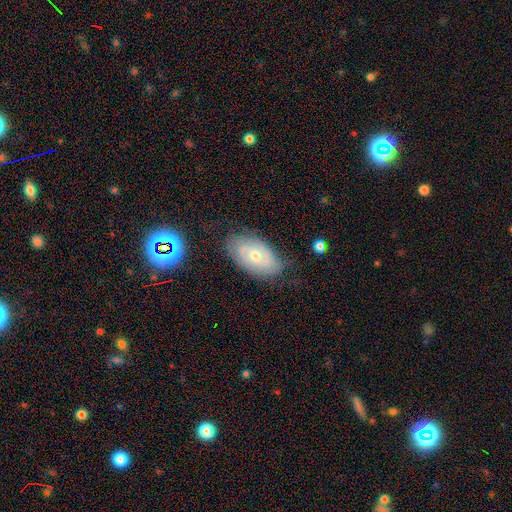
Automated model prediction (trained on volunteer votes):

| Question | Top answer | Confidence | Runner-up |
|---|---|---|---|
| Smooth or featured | featured or disk | 63% | smooth (29%) |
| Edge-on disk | no | 93% | yes (7%) |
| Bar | no | 65% | weak (29%) |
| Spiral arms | yes | 76% | no (24%) |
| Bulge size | moderate | 51% | small (46%) |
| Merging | none | 71% | minor disturbance (22%) |